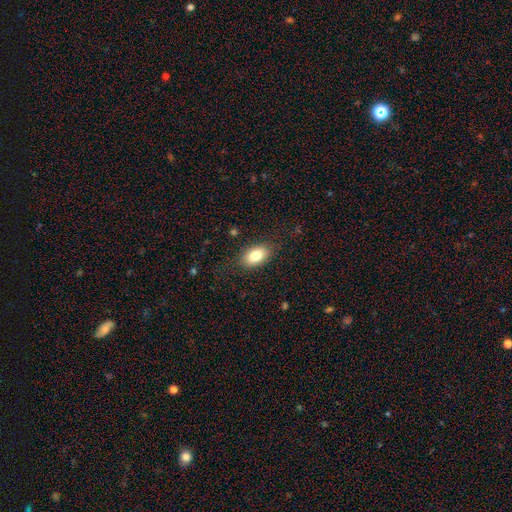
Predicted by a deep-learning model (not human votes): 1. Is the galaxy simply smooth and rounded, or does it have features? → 80% smooth, 12% featured or disk, 8% star or artifact.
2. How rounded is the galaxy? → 90% in between, 8% round, 2% cigar-shaped.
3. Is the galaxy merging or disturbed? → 83% none, 12% minor disturbance, 4% major disturbance, 1% merger.